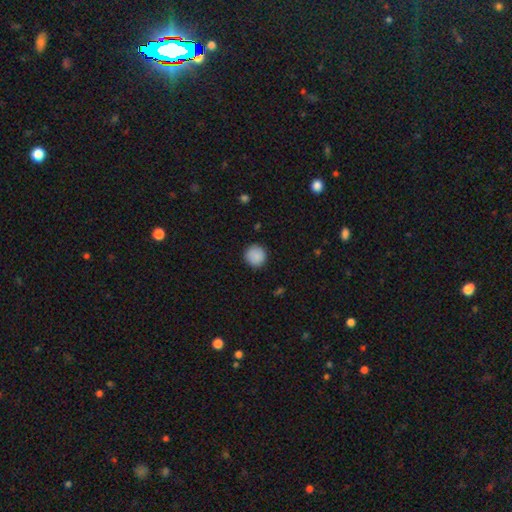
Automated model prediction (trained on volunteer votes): This is clearly a smooth galaxy (89%). How rounded: clearly round (95%). Merging: clearly none (89%).